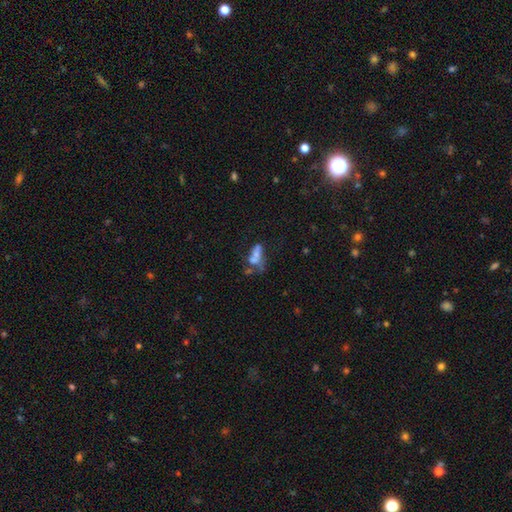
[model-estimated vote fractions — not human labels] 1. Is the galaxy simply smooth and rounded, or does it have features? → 50% smooth, 35% featured or disk, 15% star or artifact.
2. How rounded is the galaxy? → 73% in between, 19% cigar-shaped, 8% round.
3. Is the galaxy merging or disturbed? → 40% merger, 24% major disturbance, 22% none, 14% minor disturbance.